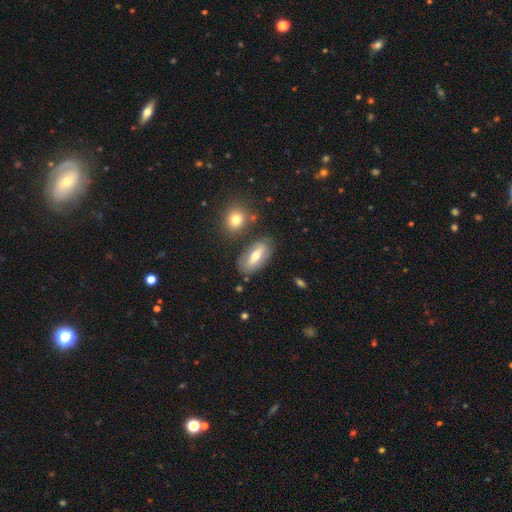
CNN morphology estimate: smooth-or-featured: smooth: 54% | featured or disk: 39% | star or artifact: 7%
  how-rounded: in between: 82% | cigar-shaped: 14% | round: 4%
  merging: none: 77% | minor disturbance: 13% | merger: 5% | major disturbance: 4%